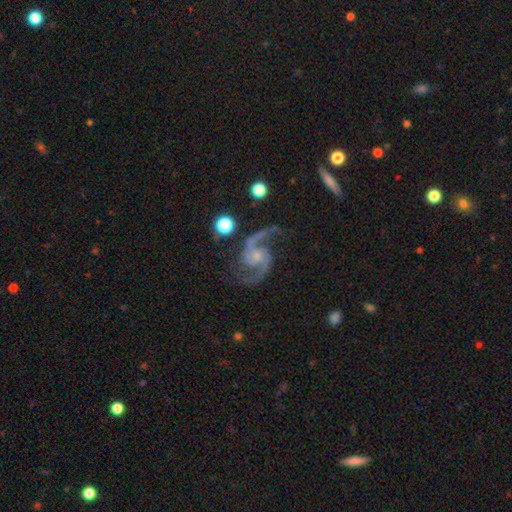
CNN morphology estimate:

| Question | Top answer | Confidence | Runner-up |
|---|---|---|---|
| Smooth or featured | featured or disk | 93% | star or artifact (4%) |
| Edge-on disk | no | 98% | yes (2%) |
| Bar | no | 60% | weak (33%) |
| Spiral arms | yes | 98% | no (2%) |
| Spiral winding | medium | 57% | loose (34%) |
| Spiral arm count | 2 | 94% | 3 (2%) |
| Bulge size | small | 49% | moderate (34%) |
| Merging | none | 72% | minor disturbance (16%) |